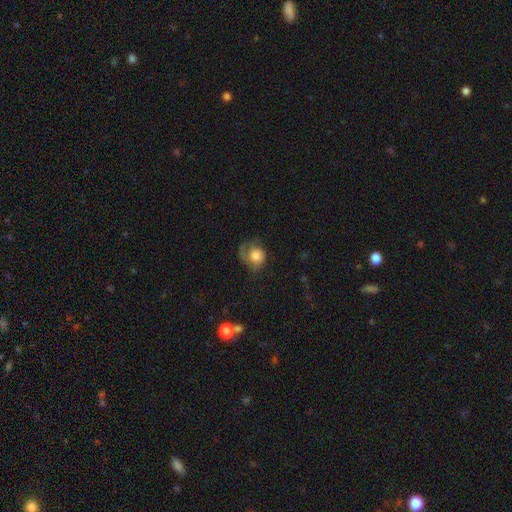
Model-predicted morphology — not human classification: Overall: smooth (59%; featured or disk 33%). How rounded: round (73%). Merging: none (41%; major disturbance 30%).